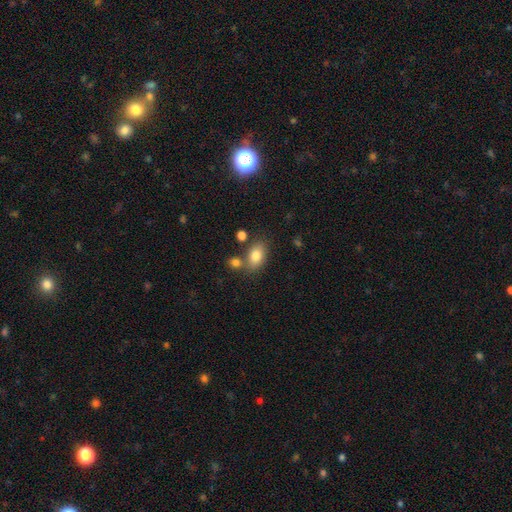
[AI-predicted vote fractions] Morphology: type=smooth (81%); roundness=in between (85%); merging=none (66%).